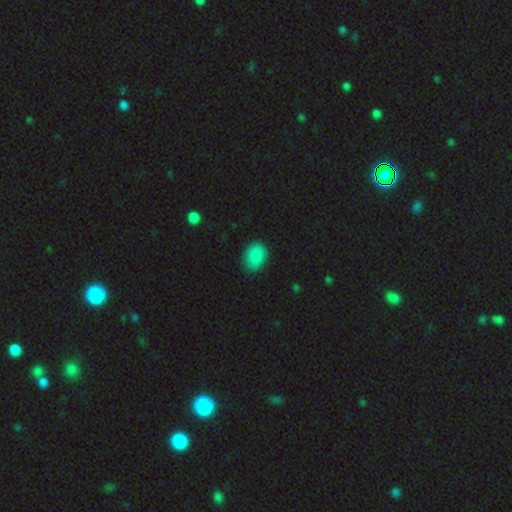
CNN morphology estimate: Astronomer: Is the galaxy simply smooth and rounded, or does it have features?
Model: smooth — 87%.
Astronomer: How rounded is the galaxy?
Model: in between — 77%.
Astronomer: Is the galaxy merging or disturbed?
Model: none — 83%.